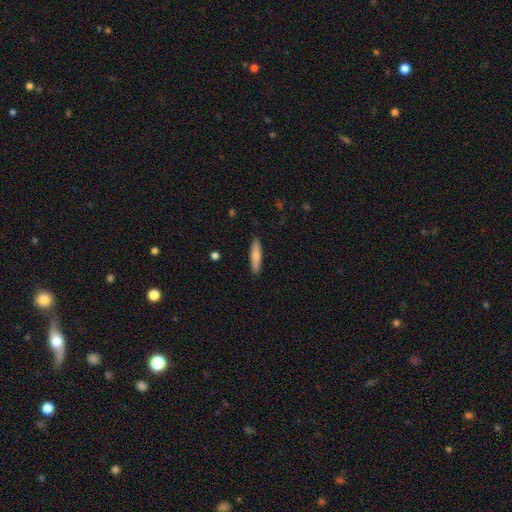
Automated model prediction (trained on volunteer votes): The model was most divided on "smooth or featured": smooth: 75%, featured or disk: 19%, star or artifact: 6%. More confident: merging — none (89%); how rounded — cigar-shaped (81%).